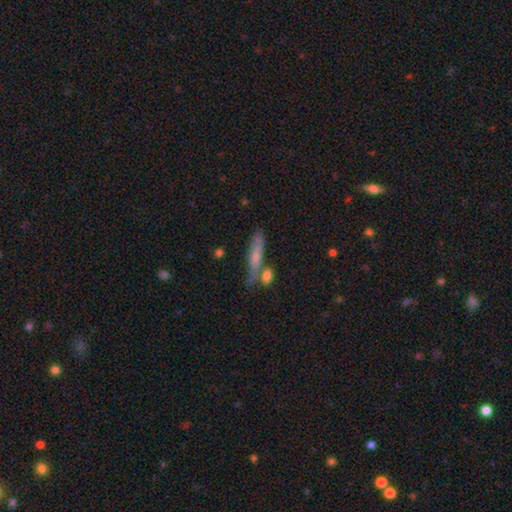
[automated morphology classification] type=smooth (63%); roundness=cigar-shaped (82%); merging=none (61%).